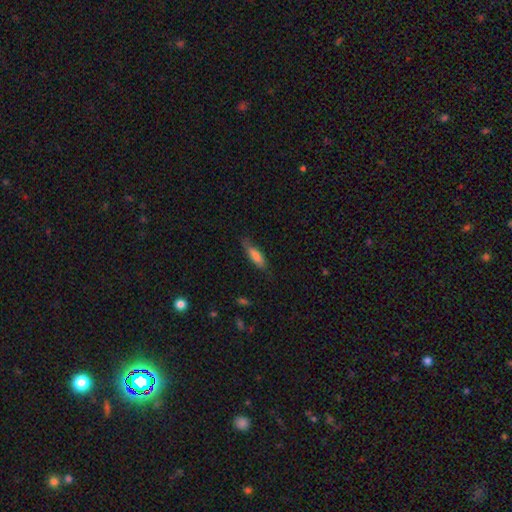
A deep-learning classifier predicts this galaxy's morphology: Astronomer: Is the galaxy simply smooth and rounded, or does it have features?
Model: smooth — 78%.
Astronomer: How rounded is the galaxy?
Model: cigar-shaped — 52% (runner-up: in between, 46%).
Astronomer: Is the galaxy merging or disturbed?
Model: none — 69%.